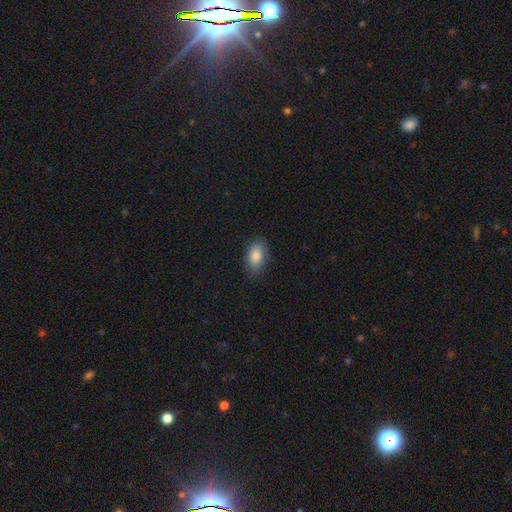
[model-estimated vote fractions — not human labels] smooth-or-featured: smooth: 83% | featured or disk: 9% | star or artifact: 8%
  how-rounded: in between: 90% | round: 7% | cigar-shaped: 3%
  merging: none: 84% | minor disturbance: 13% | major disturbance: 3% | merger: 1%